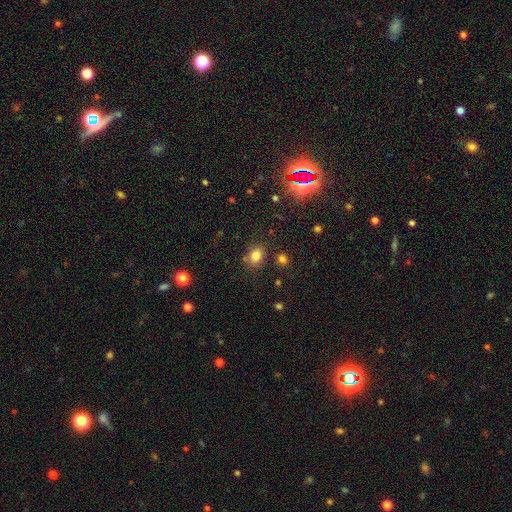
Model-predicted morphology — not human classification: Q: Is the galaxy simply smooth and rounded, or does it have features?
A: smooth — 79%.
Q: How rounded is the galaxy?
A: round — 54%.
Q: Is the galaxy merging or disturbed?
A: none — 78%.